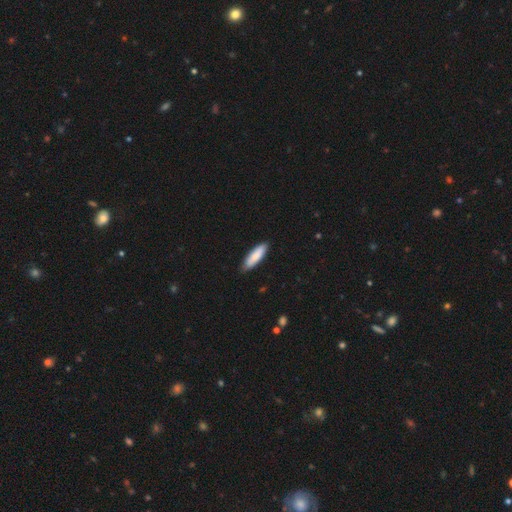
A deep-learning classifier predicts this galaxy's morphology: Smooth or featured? Predicted: smooth (p=0.85). How rounded? Predicted: cigar-shaped (p=0.57). Merging? Predicted: none (p=0.84).